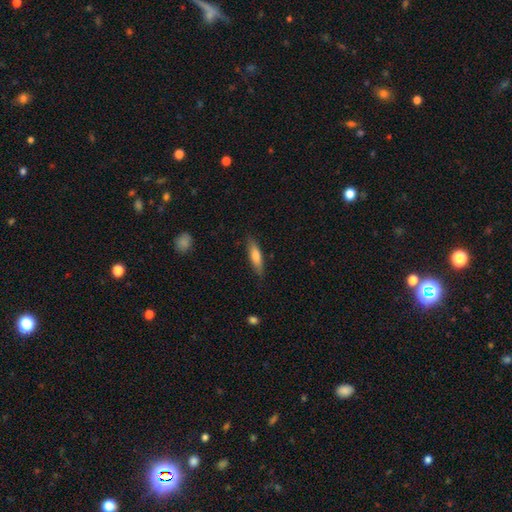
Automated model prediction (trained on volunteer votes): Smooth or featured: smooth — 68% (featured or disk — 26%)
How rounded: cigar-shaped — 73% (in between — 25%)
Merging: none — 83% (minor disturbance — 13%)